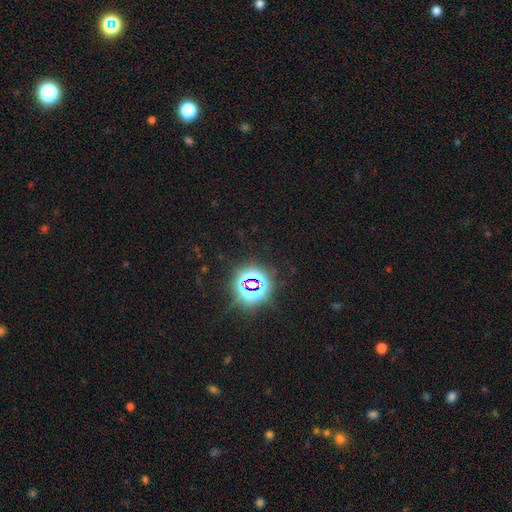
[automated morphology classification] type=star or artifact (81%).